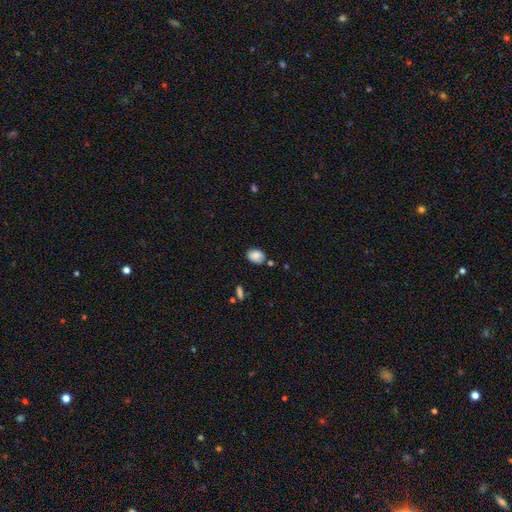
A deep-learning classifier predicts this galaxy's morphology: Q: Smooth or featured?
A: smooth (83%); runner-up: star or artifact (9%)
Q: How rounded?
A: in between (73%); runner-up: round (25%)
Q: Merging?
A: none (71%); runner-up: minor disturbance (19%)